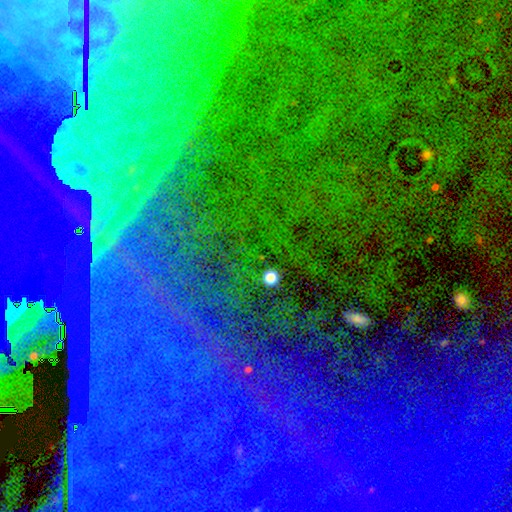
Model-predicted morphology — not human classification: A star or artifact, not a galaxy (82%).

Vote fractions:
- Smooth or featured? star or artifact: 82% / featured or disk: 10% / smooth: 8%